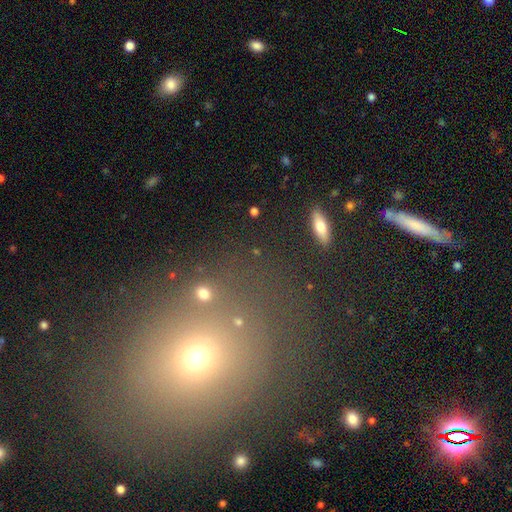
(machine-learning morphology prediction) smooth-or-featured: smooth: 53% | star or artifact: 32% | featured or disk: 15%
  how-rounded: round: 53% | in between: 40% | cigar-shaped: 7%
  merging: none: 79% | minor disturbance: 10% | merger: 6% | major disturbance: 5%